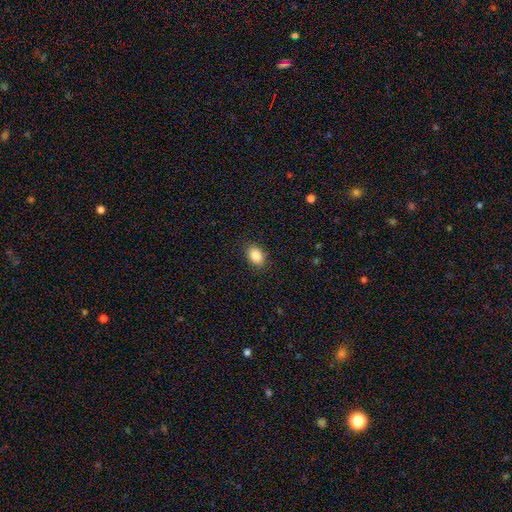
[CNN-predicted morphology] smooth-or-featured: smooth: 85% | star or artifact: 8% | featured or disk: 6%
  how-rounded: in between: 77% | round: 22% | cigar-shaped: 1%
  merging: none: 89% | minor disturbance: 8% | major disturbance: 2% | merger: 1%